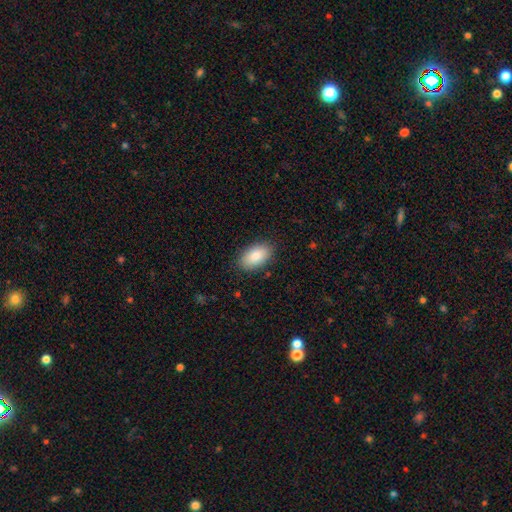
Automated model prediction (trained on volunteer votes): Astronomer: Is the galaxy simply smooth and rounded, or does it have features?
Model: smooth — 85%.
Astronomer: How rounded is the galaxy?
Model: in between — 94%.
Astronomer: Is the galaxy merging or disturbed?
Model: none — 86%.